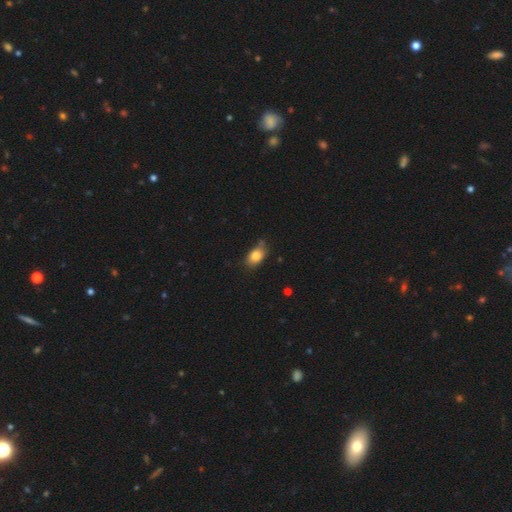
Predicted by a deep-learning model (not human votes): Overall: smooth (82%). How rounded: in between (83%). Merging: none (66%).